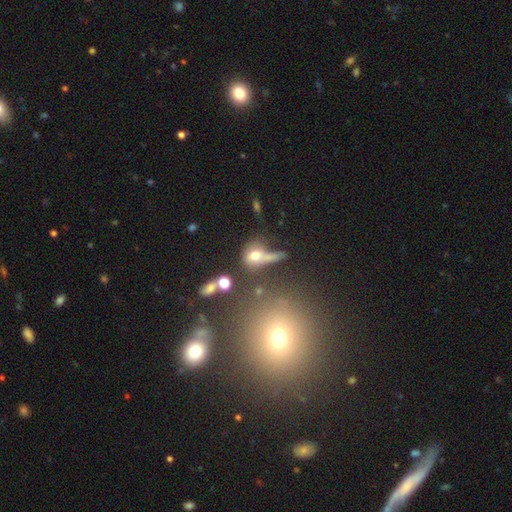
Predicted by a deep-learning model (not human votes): A smooth galaxy with no disk features (61%) that is in between round and cigar-shaped (52%). Merging: merger (32%).